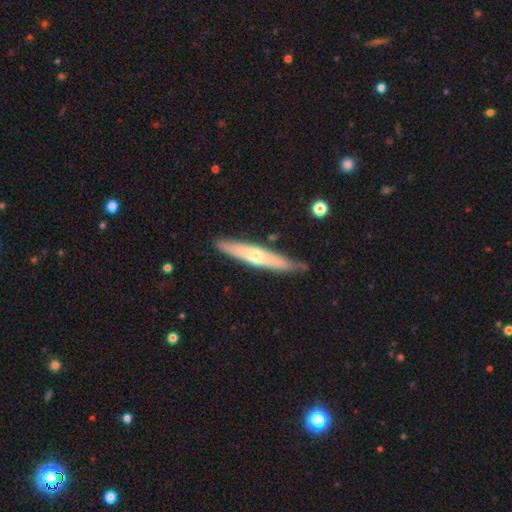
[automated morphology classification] smooth-or-featured: featured or disk: 53% | smooth: 42% | star or artifact: 6%
  disk-edge-on: yes: 87% | no: 13%
  merging: none: 81% | minor disturbance: 14% | major disturbance: 2% | merger: 2%